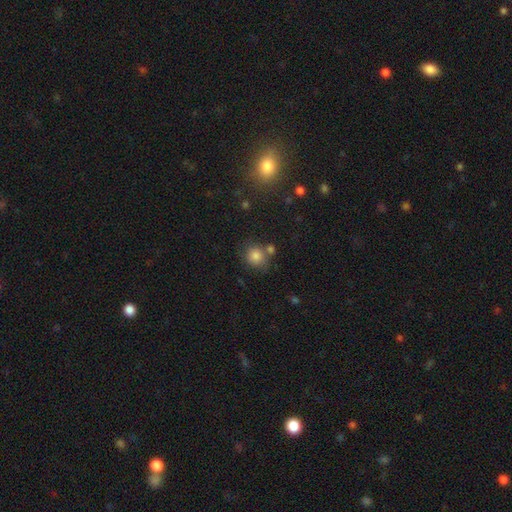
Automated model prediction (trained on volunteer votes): Smooth or featured?
  - smooth: 82% *
  - star or artifact: 11%
  - featured or disk: 7%
How rounded?
  - round: 84% *
  - in between: 15%
  - cigar-shaped: 1%
Merging?
  - none: 65% *
  - merger: 17%
  - minor disturbance: 13%
  - major disturbance: 5%